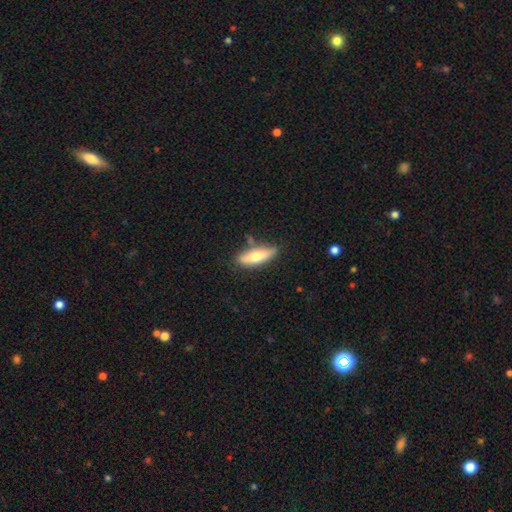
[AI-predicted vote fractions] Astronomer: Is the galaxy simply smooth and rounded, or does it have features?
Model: smooth — 65%.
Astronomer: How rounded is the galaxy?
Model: cigar-shaped — 50% (runner-up: in between, 48%).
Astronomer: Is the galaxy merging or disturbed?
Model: none — 77%.